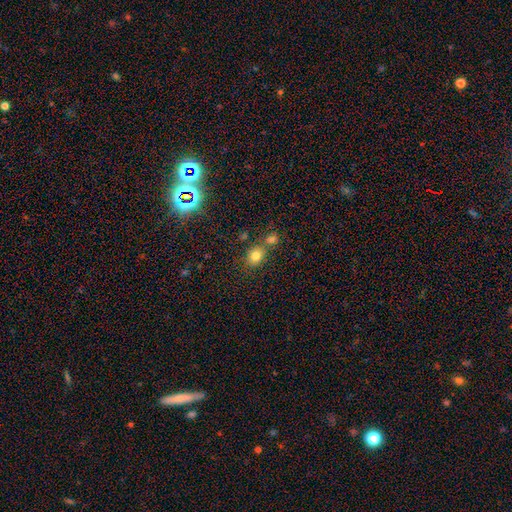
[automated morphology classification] Smooth or featured?
  - smooth: 78% *
  - star or artifact: 14%
  - featured or disk: 8%
How rounded?
  - round: 53% *
  - in between: 46%
  - cigar-shaped: 1%
Merging?
  - none: 63% *
  - merger: 23%
  - minor disturbance: 11%
  - major disturbance: 3%